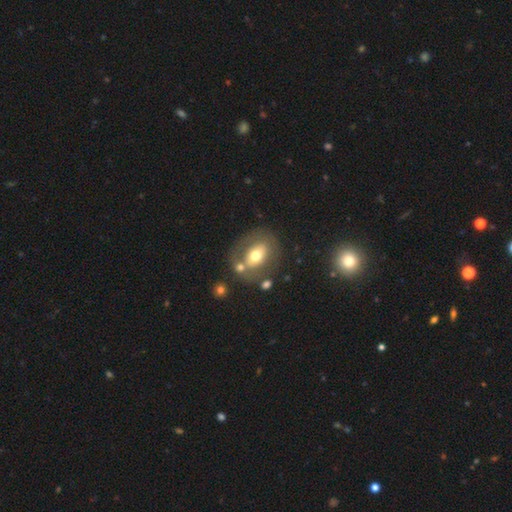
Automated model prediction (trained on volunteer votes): Q: Smooth or featured?
A: smooth (52%); runner-up: featured or disk (40%)
Q: How rounded?
A: in between (60%); runner-up: round (38%)
Q: Merging?
A: none (63%); runner-up: minor disturbance (15%)